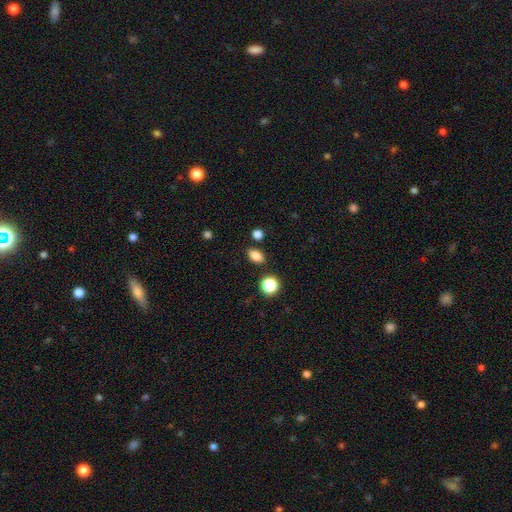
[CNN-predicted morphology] Overall: smooth (83%). How rounded: in between (81%). Merging: none (84%).